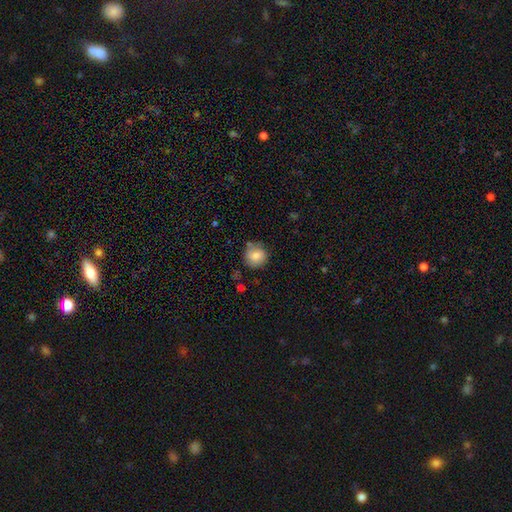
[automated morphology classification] A smooth galaxy with no disk features (79%) that is round (92%). Merging: none (77%).